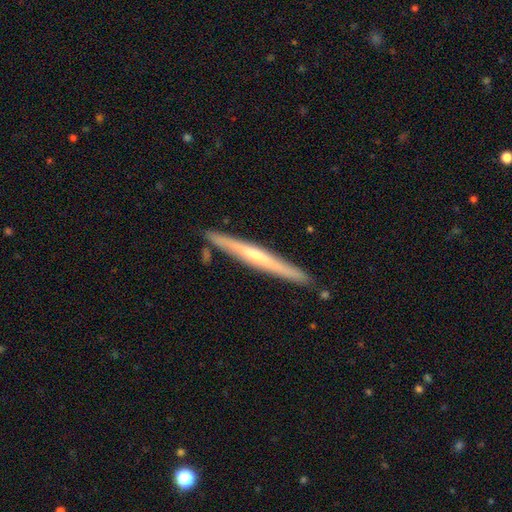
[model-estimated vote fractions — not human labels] Smooth or featured? featured or disk (64%)
Edge-on disk? yes (96%)
Edge-on bulge? rounded (52%)
Merging? none (88%)